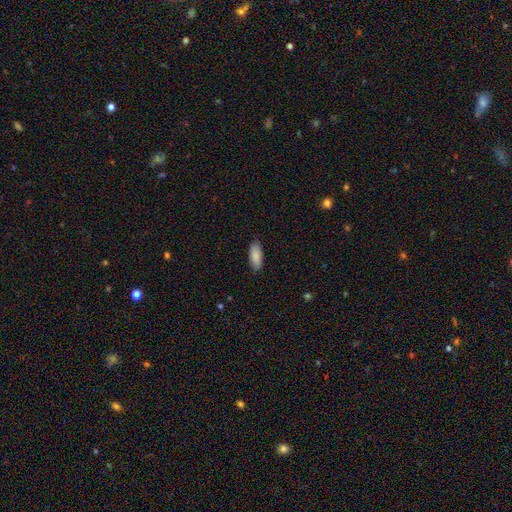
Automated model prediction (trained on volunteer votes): Q: Smooth or featured?
A: smooth (89%); runner-up: star or artifact (6%)
Q: How rounded?
A: in between (81%); runner-up: cigar-shaped (17%)
Q: Merging?
A: none (88%); runner-up: minor disturbance (10%)